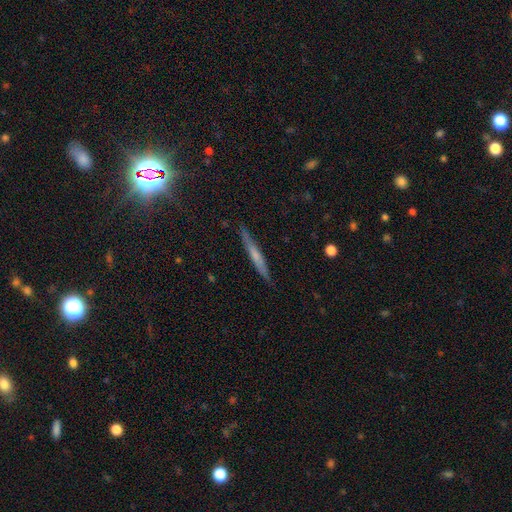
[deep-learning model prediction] A featured or disk galaxy (48%). Merging: none (87%).